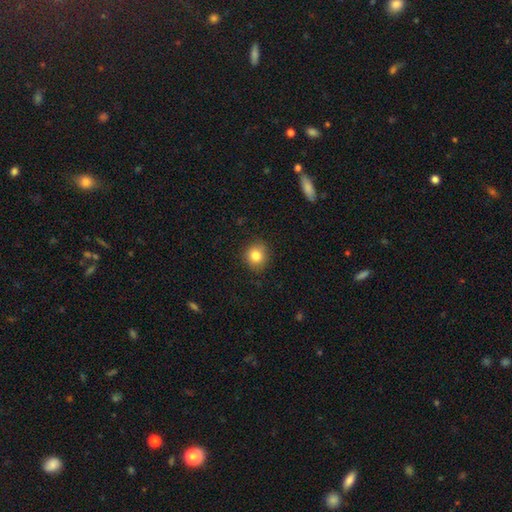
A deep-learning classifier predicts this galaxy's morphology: Q: Smooth or featured?
A: smooth (82%); runner-up: star or artifact (11%)
Q: How rounded?
A: round (85%); runner-up: in between (14%)
Q: Merging?
A: none (86%); runner-up: minor disturbance (10%)